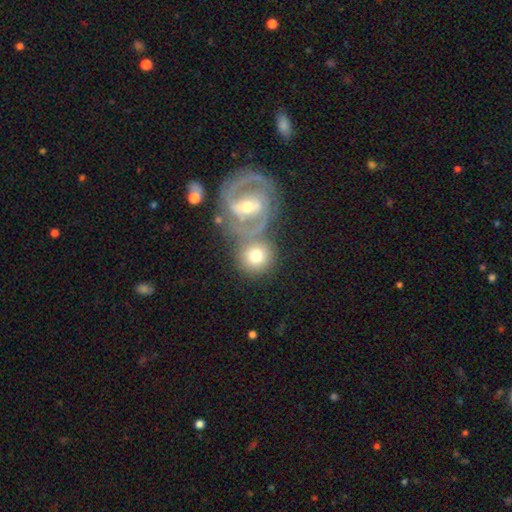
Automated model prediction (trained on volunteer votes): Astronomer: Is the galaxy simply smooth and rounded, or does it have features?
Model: smooth — 58% (runner-up: featured or disk, 34%).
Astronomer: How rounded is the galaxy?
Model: round — 83%.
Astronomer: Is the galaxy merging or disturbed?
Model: none — 43% (runner-up: merger, 42%).